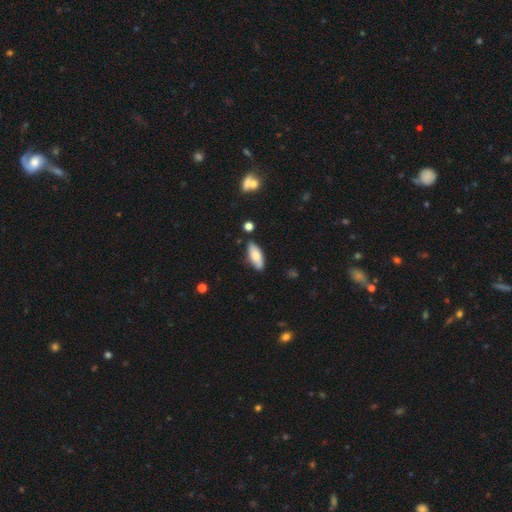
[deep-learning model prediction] Smooth or featured?
  - smooth: 74% *
  - featured or disk: 19%
  - star or artifact: 6%
How rounded?
  - in between: 75% *
  - cigar-shaped: 23%
  - round: 2%
Merging?
  - none: 82% *
  - minor disturbance: 13%
  - merger: 3%
  - major disturbance: 2%